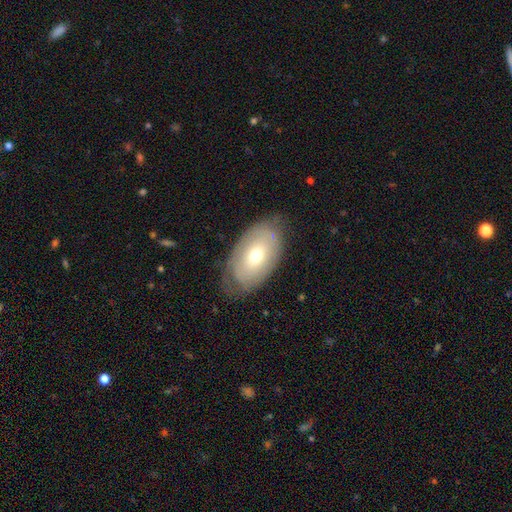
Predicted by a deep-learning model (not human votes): This appears to be a smooth galaxy with no disk features (53%) that is in between round and cigar-shaped (92%). Merging: none (70%).